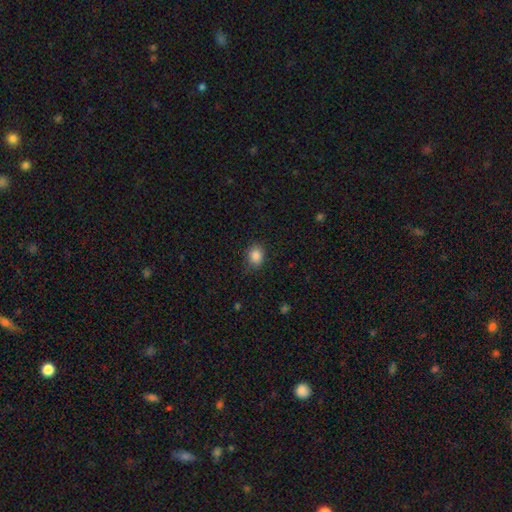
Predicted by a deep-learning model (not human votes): smooth-or-featured: smooth: 86% | star or artifact: 10% | featured or disk: 4%
  how-rounded: round: 56% | in between: 43% | cigar-shaped: 1%
  merging: none: 80% | minor disturbance: 16% | major disturbance: 3% | merger: 1%